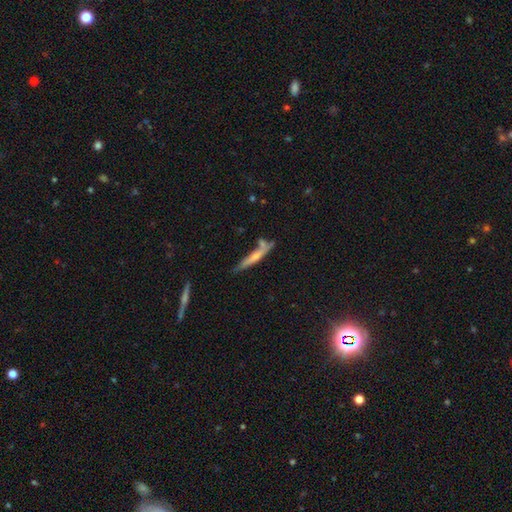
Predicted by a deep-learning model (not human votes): smooth-or-featured: smooth: 53% | featured or disk: 40% | star or artifact: 7%
  how-rounded: cigar-shaped: 91% | in between: 7% | round: 2%
  merging: none: 59% | minor disturbance: 20% | merger: 15% | major disturbance: 6%